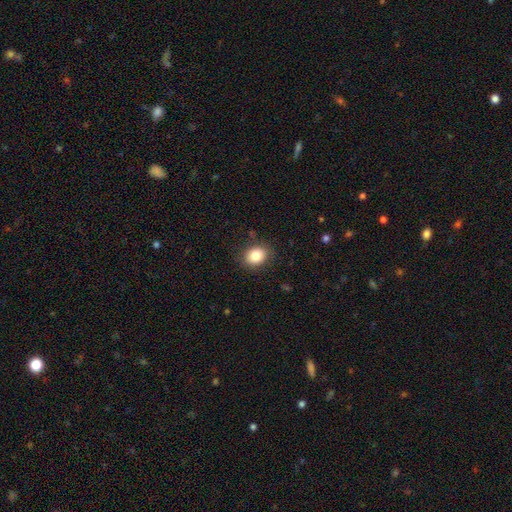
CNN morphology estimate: Smooth or featured? smooth (84%)
How rounded? round (51%)
Merging? none (85%)